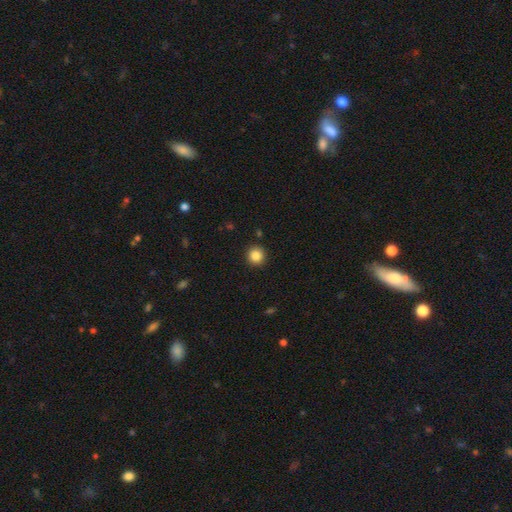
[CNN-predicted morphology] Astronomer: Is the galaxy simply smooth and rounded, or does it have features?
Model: smooth — 86%.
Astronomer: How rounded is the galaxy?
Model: round — 94%.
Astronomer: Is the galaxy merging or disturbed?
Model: none — 92%.